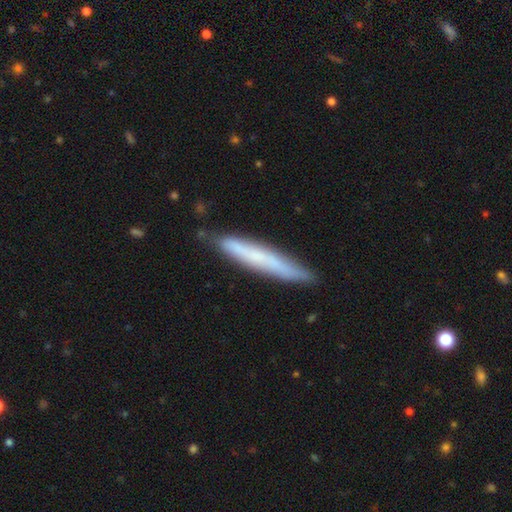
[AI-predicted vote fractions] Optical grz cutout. It shows a smooth galaxy with no disk features (56%) that is cigar-shaped (94%). Merging: none (79%).